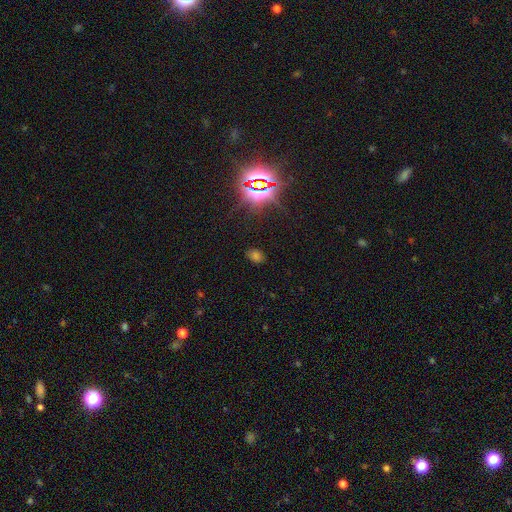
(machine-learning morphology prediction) type=star or artifact (50%).